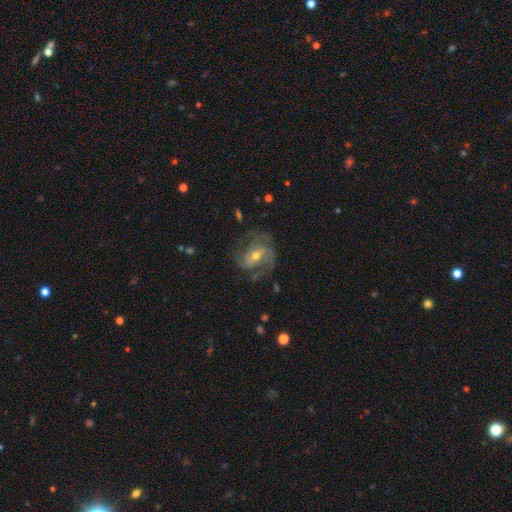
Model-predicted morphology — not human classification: Q: Smooth or featured?
A: featured or disk (80%); runner-up: smooth (13%)
Q: Edge-on disk?
A: no (97%); runner-up: yes (3%)
Q: Bar?
A: weak (45%); runner-up: no (29%)
Q: Spiral arms?
A: yes (90%); runner-up: no (10%)
Q: Spiral winding?
A: medium (47%); runner-up: tight (29%)
Q: Spiral arm count?
A: 2 (48%); runner-up: can't tell (20%)
Q: Bulge size?
A: moderate (58%); runner-up: small (37%)
Q: Merging?
A: none (61%); runner-up: minor disturbance (21%)